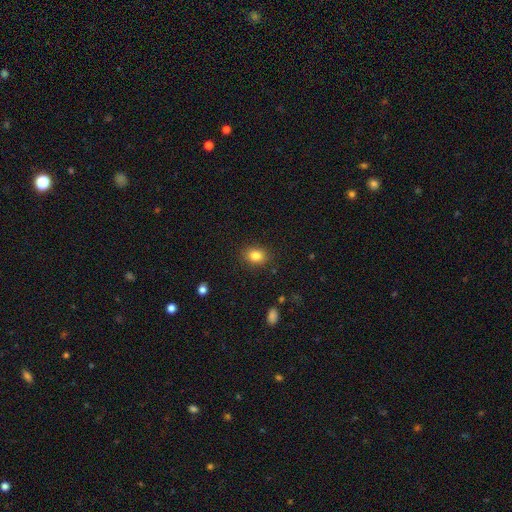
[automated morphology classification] The model was most divided on "how rounded": in between: 56%, round: 43%, cigar-shaped: 1%. More confident: merging — none (88%); smooth or featured — smooth (83%).